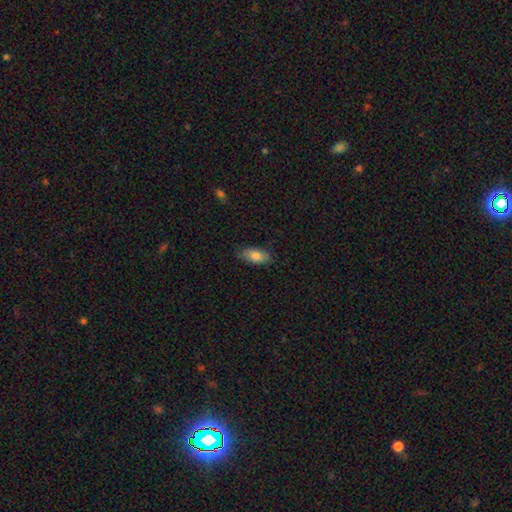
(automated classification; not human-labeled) Overall: smooth (83%). How rounded: in between (89%). Merging: none (80%).